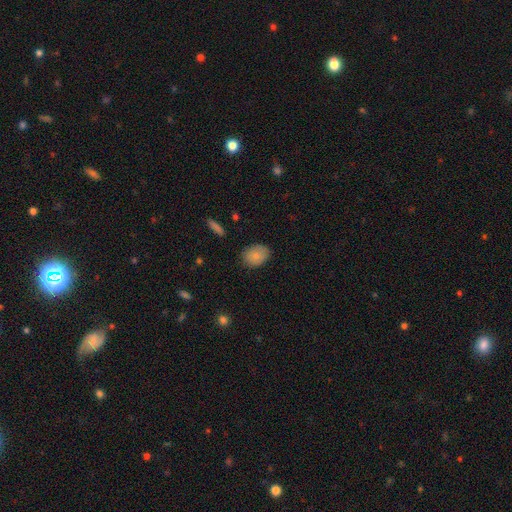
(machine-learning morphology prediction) A smooth galaxy with no disk features (84%) that is in between round and cigar-shaped (65%). Merging: none (82%).